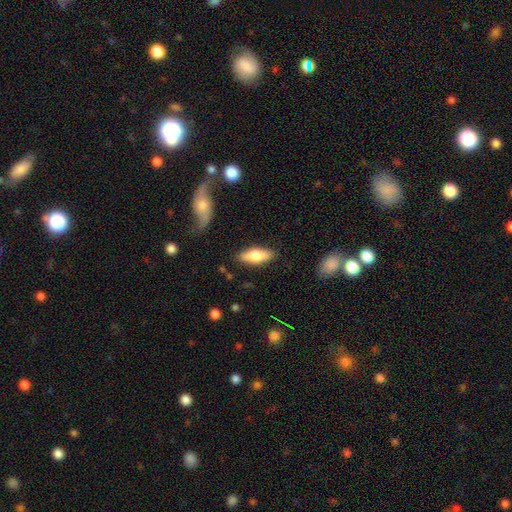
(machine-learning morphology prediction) Overall: smooth (59%; featured or disk 35%). How rounded: in between (60%; cigar-shaped 37%). Merging: none (85%).